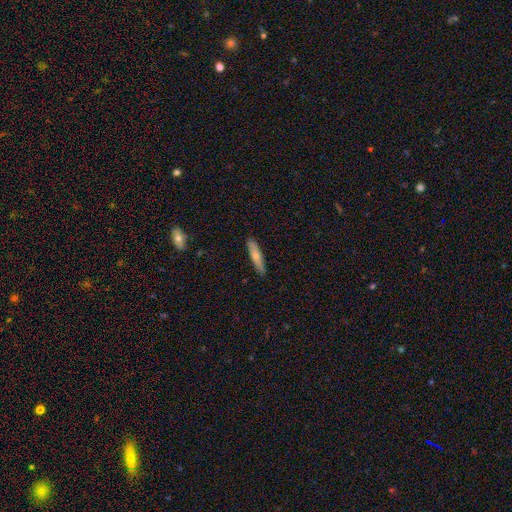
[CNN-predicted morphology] Smooth or featured: smooth — 64% (featured or disk — 30%)
How rounded: cigar-shaped — 84% (in between — 15%)
Merging: none — 88% (minor disturbance — 9%)